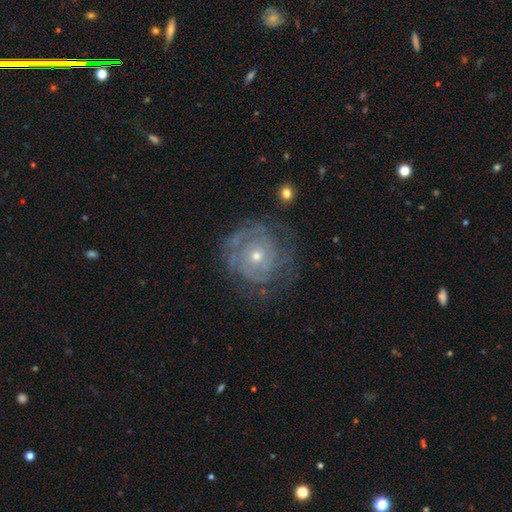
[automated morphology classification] Overall: featured or disk (75%). Edge-on disk: no (97%). Bar: no (83%). Spiral arms: yes (81%). Spiral arm count: can't tell (52%; 2 18%). Spiral winding: tight (72%). Bulge size: small (55%; moderate 41%). Merging: none (71%).